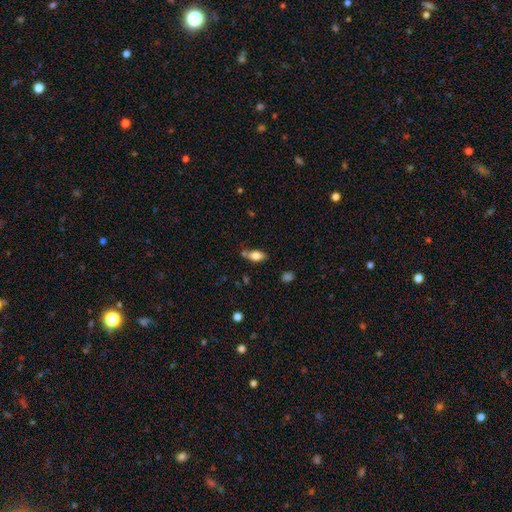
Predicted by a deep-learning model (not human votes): Smooth or featured? Predicted: smooth (p=0.76). How rounded? Predicted: in between (p=0.85). Merging? Predicted: none (p=0.66).